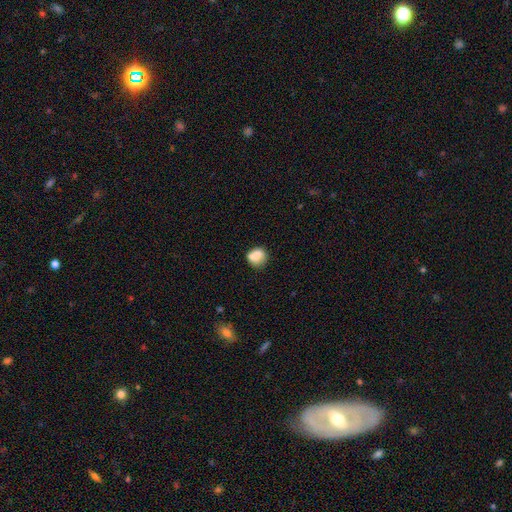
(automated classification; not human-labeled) A smooth galaxy with no disk features (77%) that is round (77%).

Vote fractions:
- Smooth or featured? smooth: 77% / featured or disk: 14% / star or artifact: 9%
- How rounded? round: 77% / in between: 22% / cigar-shaped: 1%
- Merging? none: 56% / minor disturbance: 21% / merger: 16% / major disturbance: 7%